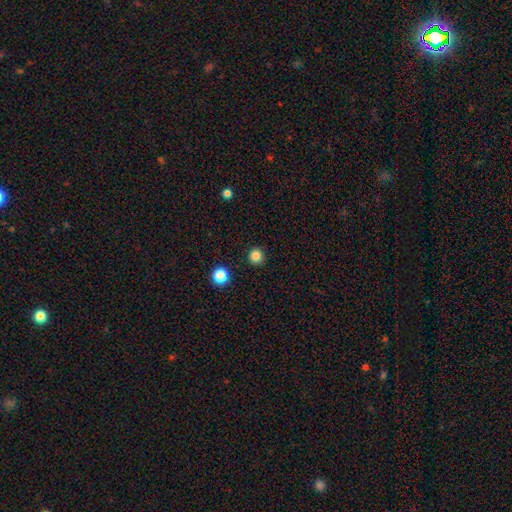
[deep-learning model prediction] This appears to be a smooth galaxy with no disk features (83%) that is round (95%). Merging: none (92%).